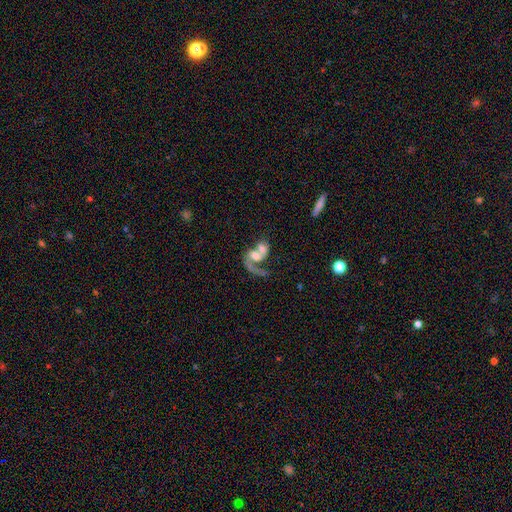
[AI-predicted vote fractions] Morphology: type=featured or disk (64%); edge-on=no (97%); bar=no (62%); spiral arms=yes (77%); bulge=moderate (38%); merging=merger (66%).